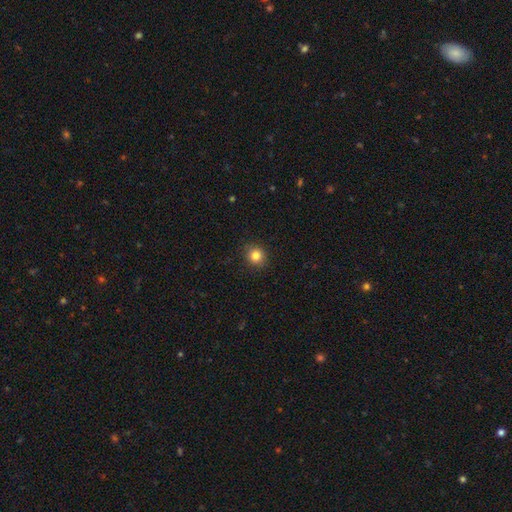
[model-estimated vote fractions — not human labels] Smooth or featured? smooth (84%)
How rounded? round (86%)
Merging? none (90%)